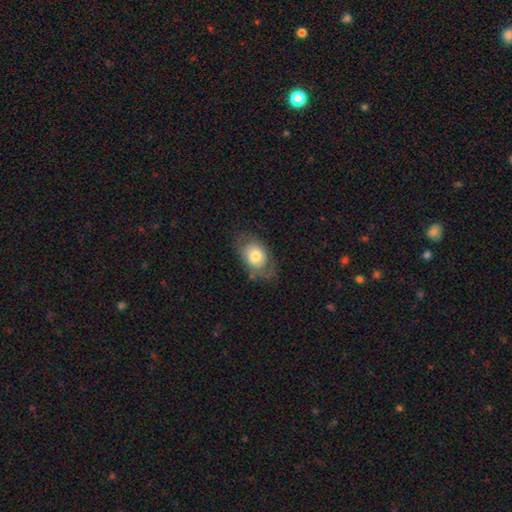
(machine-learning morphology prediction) smooth 64%, featured or disk 29%, star or artifact 7%. Down the decision tree: how rounded — in between (76%); merging — none (60%).